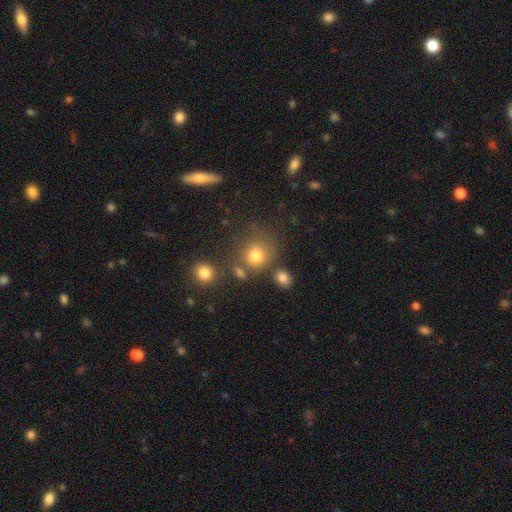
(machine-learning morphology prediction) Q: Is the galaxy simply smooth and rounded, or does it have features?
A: smooth — 77%.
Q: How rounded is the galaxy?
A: round — 79%.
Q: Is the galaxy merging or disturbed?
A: none — 62%.